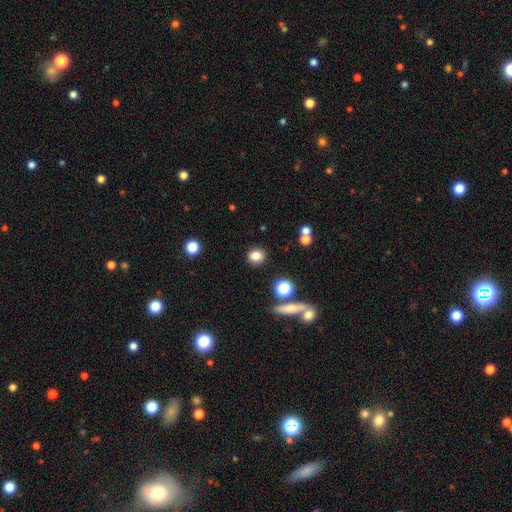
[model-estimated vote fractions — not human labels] This appears to be a smooth galaxy with no disk features (82%) that is round (82%). Merging: none (88%).